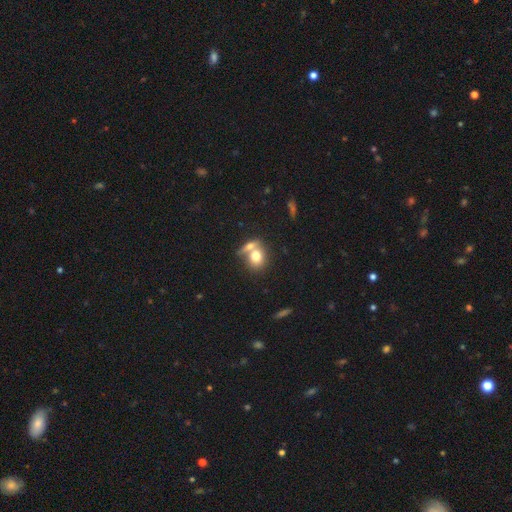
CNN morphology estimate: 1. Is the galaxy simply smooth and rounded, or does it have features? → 72% smooth, 19% featured or disk, 9% star or artifact.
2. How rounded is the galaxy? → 58% round, 40% in between, 3% cigar-shaped.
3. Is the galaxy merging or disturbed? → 49% merger, 38% none, 9% minor disturbance, 4% major disturbance.